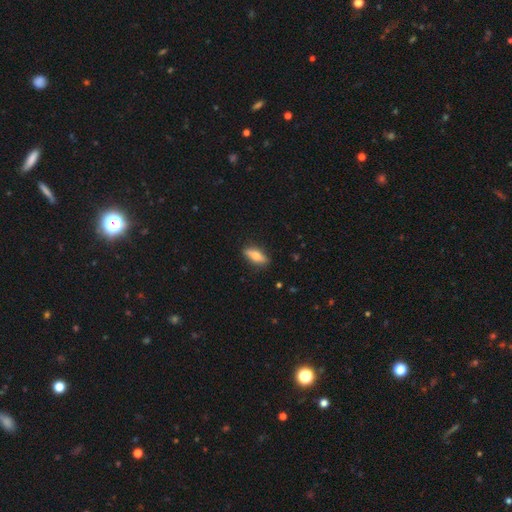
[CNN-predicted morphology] smooth-or-featured: smooth: 61% | featured or disk: 32% | star or artifact: 6%
  how-rounded: in between: 61% | cigar-shaped: 36% | round: 4%
  merging: none: 86% | minor disturbance: 11% | major disturbance: 2% | merger: 1%